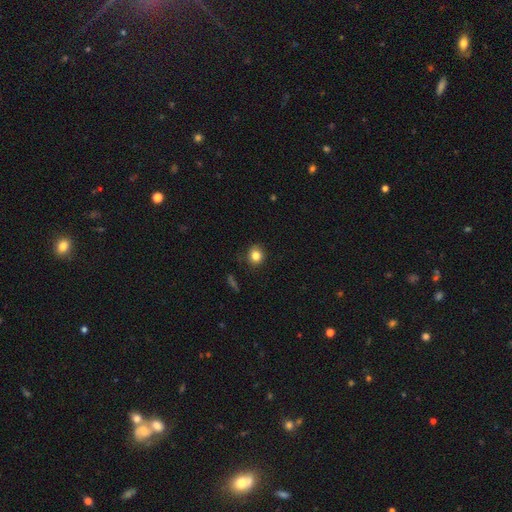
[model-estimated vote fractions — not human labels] Smooth or featured? Predicted: smooth (p=0.82). How rounded? Predicted: round (p=0.81). Merging? Predicted: none (p=0.83).